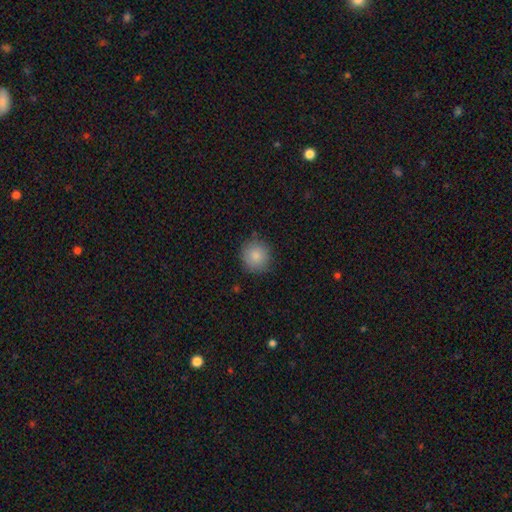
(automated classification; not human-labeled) A smooth galaxy with no disk features (85%) that is round (92%). Merging: none (84%).